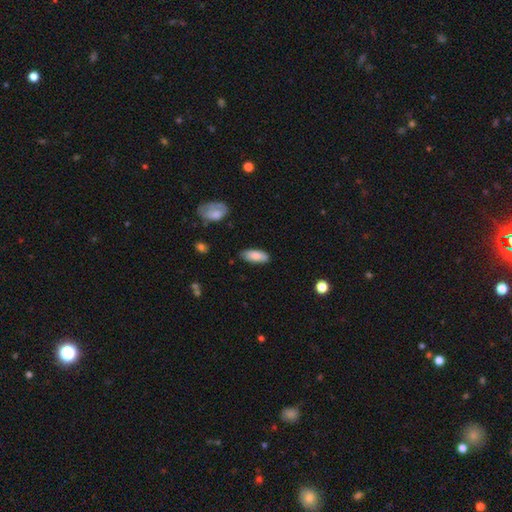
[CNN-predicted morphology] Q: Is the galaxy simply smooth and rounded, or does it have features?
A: smooth — 83%.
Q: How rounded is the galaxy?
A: in between — 81%.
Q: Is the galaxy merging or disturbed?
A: none — 81%.